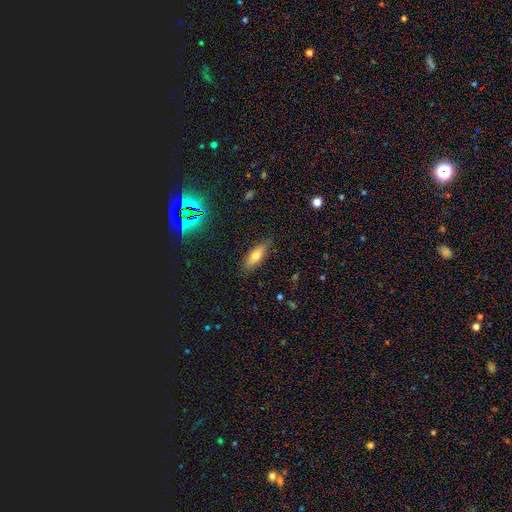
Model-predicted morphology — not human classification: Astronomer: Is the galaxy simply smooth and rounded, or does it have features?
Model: smooth — 66%.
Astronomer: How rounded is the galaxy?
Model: in between — 56% (runner-up: cigar-shaped, 42%).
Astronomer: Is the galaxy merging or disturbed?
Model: none — 83%.